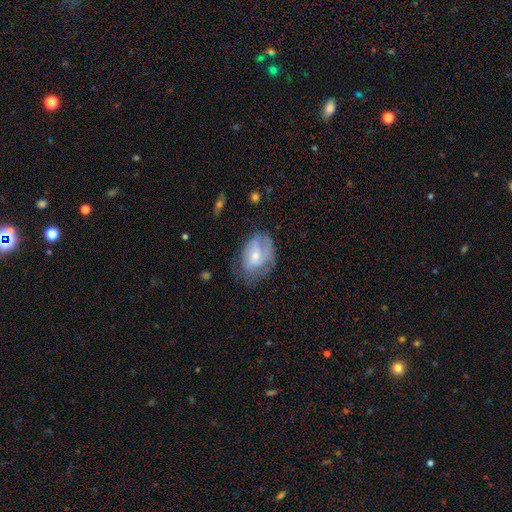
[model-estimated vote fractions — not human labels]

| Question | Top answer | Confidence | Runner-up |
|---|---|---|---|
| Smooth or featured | featured or disk | 51% | smooth (42%) |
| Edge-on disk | no | 96% | yes (4%) |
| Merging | none | 50% | minor disturbance (29%) |